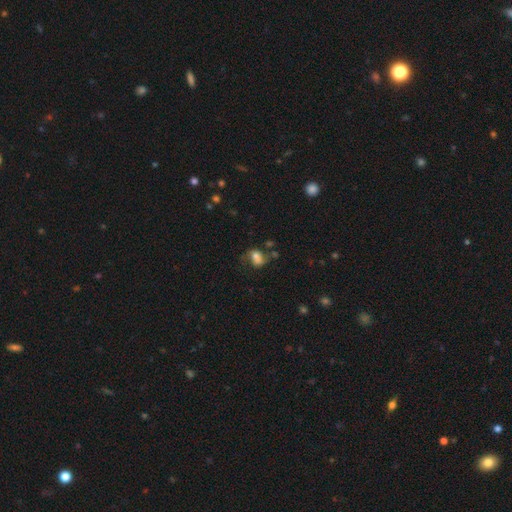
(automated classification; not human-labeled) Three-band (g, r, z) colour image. It shows a smooth galaxy with no disk features (61%) that is in between round and cigar-shaped (69%). Merging: none (43%).